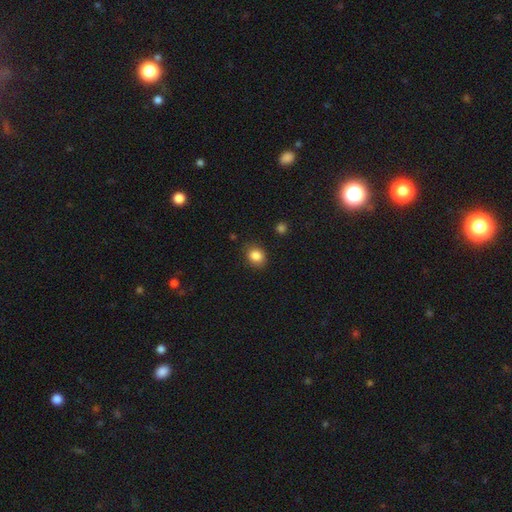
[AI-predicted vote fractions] Smooth or featured? smooth (86%)
How rounded? round (51%)
Merging? none (80%)